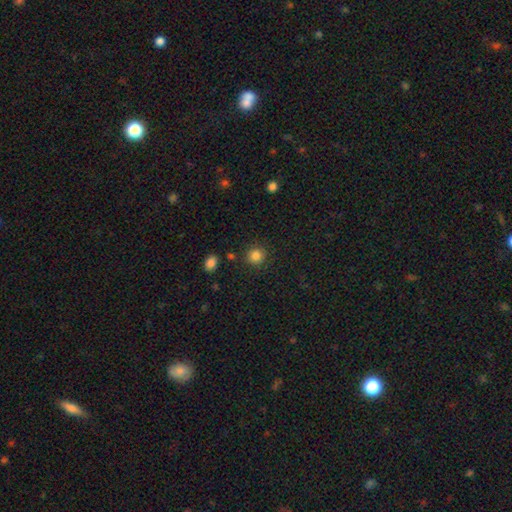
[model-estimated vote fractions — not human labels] The model was most divided on "smooth or featured": smooth: 85%, star or artifact: 11%, featured or disk: 4%. More confident: how rounded — round (90%); merging — none (86%).